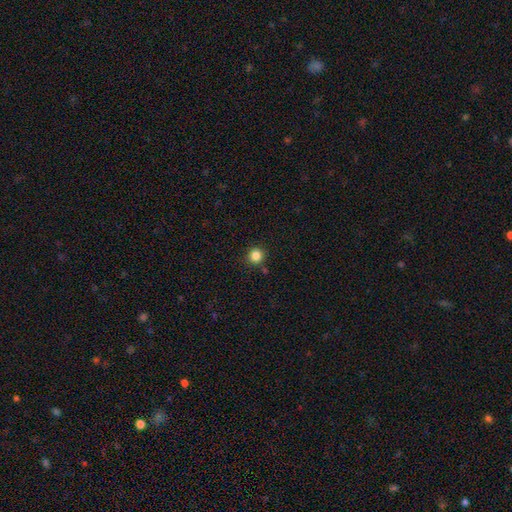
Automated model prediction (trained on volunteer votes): smooth 84%, star or artifact 12%, featured or disk 4%. Down the decision tree: how rounded — round (94%); merging — none (87%).